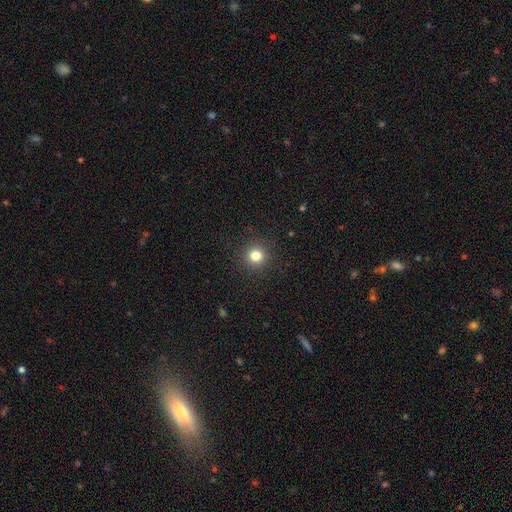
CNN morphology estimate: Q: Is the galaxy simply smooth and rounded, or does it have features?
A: smooth — 80%.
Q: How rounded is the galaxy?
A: round — 94%.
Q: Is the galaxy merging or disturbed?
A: none — 92%.